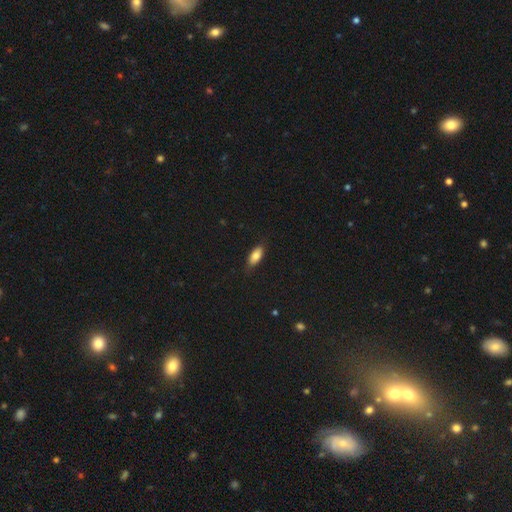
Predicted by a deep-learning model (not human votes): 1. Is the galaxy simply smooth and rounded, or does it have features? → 81% smooth, 12% featured or disk, 7% star or artifact.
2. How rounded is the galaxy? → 86% in between, 12% cigar-shaped, 3% round.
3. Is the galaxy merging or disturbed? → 83% none, 13% minor disturbance, 3% major disturbance, 1% merger.